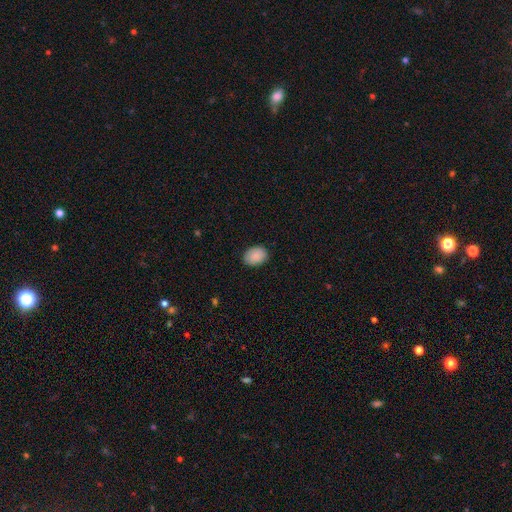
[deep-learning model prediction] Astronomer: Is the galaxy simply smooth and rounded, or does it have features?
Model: smooth — 89%.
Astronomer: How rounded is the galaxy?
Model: in between — 74%.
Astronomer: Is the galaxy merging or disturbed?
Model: none — 86%.